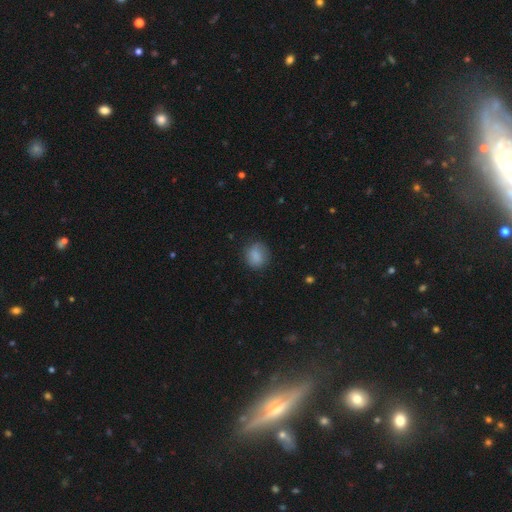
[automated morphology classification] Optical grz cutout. It shows a smooth galaxy with no disk features (83%) that is round (71%). Merging: none (75%).